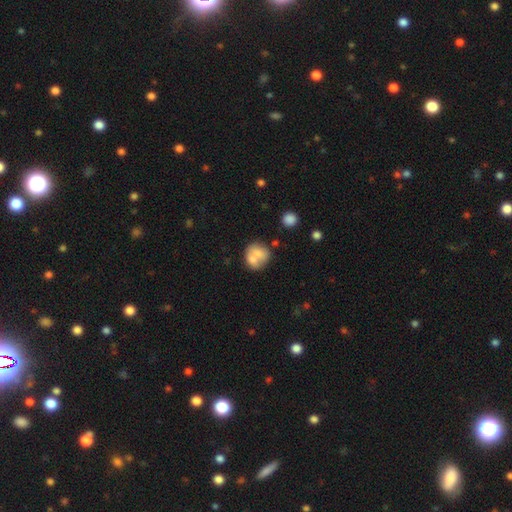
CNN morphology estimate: Smooth or featured: smooth — 68% (featured or disk — 24%)
How rounded: round — 73% (in between — 26%)
Merging: merger — 47% (none — 36%)